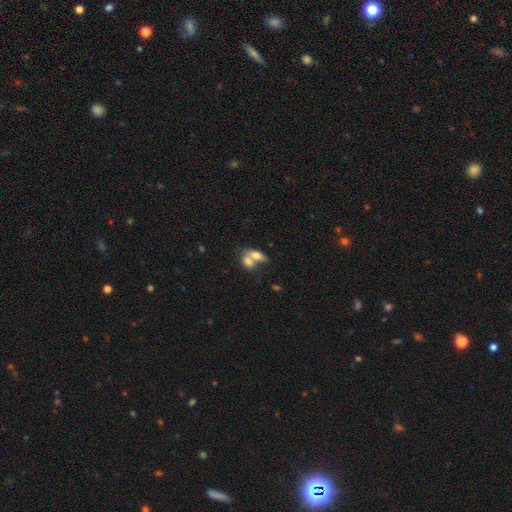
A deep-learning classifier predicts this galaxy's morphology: smooth-or-featured: smooth: 69% | featured or disk: 23% | star or artifact: 7%
  how-rounded: in between: 81% | round: 12% | cigar-shaped: 6%
  merging: merger: 69% | none: 20% | minor disturbance: 7% | major disturbance: 4%